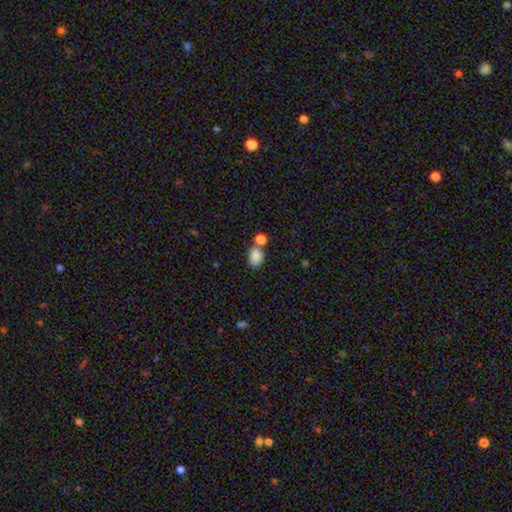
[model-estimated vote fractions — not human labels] smooth_or_featured: smooth (p=0.85) [alt: star or artifact p=0.09]
how_rounded: in between (p=0.63) [alt: round p=0.35]
merging: none (p=0.52) [alt: merger p=0.31]